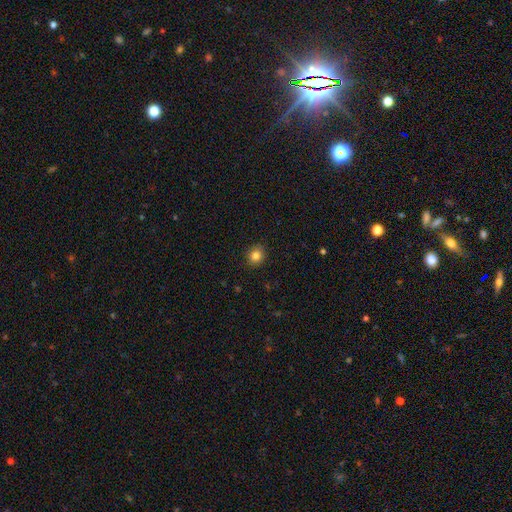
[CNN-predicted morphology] This is clearly a smooth galaxy (83%). How rounded: clearly round (81%). Merging: clearly none (90%).